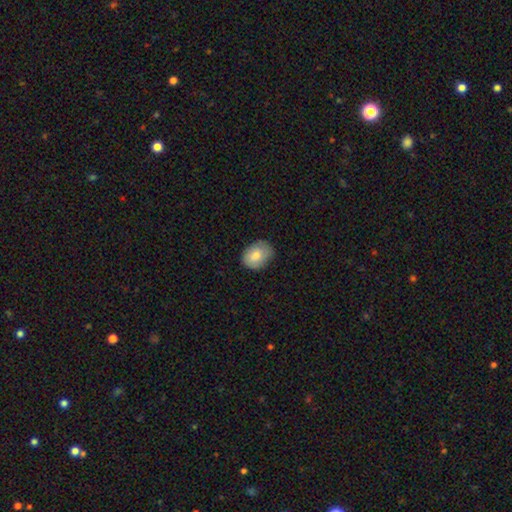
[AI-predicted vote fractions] A smooth galaxy with no disk features (80%) that is in between round and cigar-shaped (65%).

Vote fractions:
- Smooth or featured? smooth: 80% / featured or disk: 13% / star or artifact: 7%
- How rounded? in between: 65% / round: 34% / cigar-shaped: 1%
- Merging? none: 75% / minor disturbance: 20% / major disturbance: 4% / merger: 1%